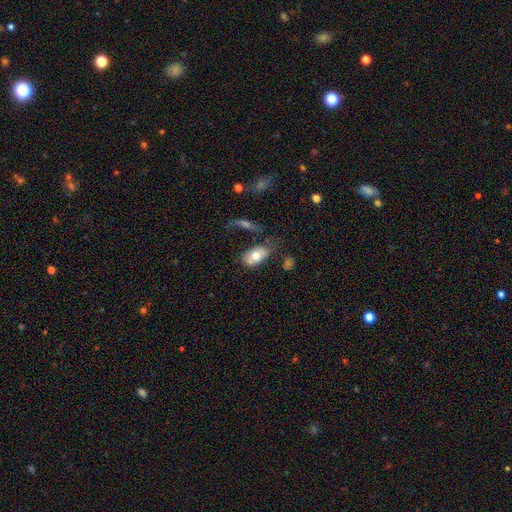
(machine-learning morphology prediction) smooth 71%, featured or disk 22%, star or artifact 7%. Down the decision tree: how rounded — in between (92%); merging — none (50%).